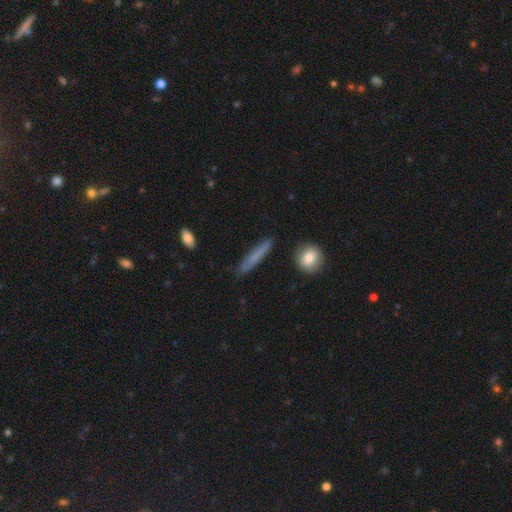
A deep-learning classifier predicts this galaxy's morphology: Smooth or featured: smooth — 70% (featured or disk — 23%)
How rounded: cigar-shaped — 92% (in between — 5%)
Merging: none — 86% (minor disturbance — 10%)